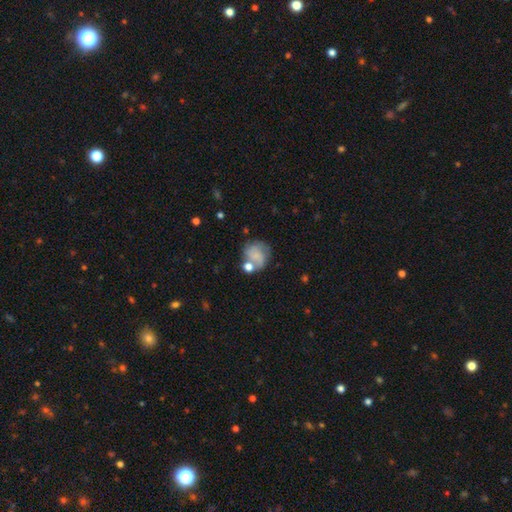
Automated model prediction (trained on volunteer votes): A smooth galaxy with no disk features (60%) that is round (71%).

Vote fractions:
- Smooth or featured? smooth: 60% / featured or disk: 30% / star or artifact: 10%
- How rounded? round: 71% / in between: 28% / cigar-shaped: 1%
- Merging? none: 44% / minor disturbance: 22% / merger: 21% / major disturbance: 14%